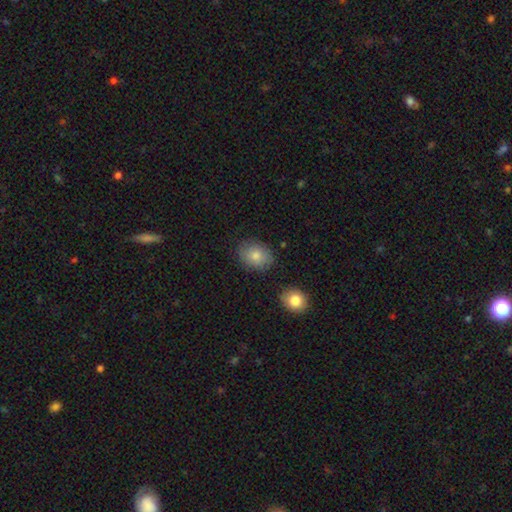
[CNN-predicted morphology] type=smooth (82%); roundness=in between (61%); merging=none (83%).